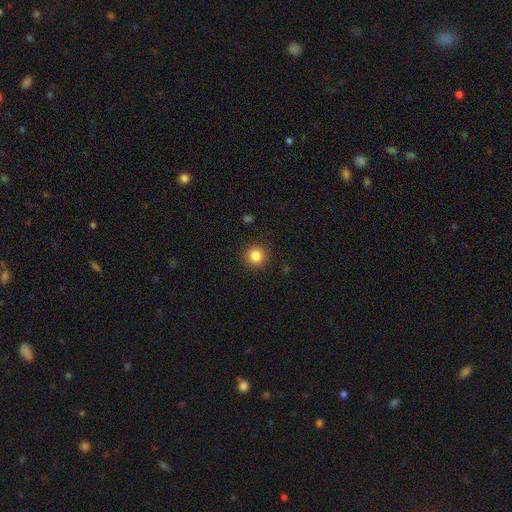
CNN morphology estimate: Smooth or featured? Predicted: smooth (p=0.85). How rounded? Predicted: round (p=0.94). Merging? Predicted: none (p=0.90).